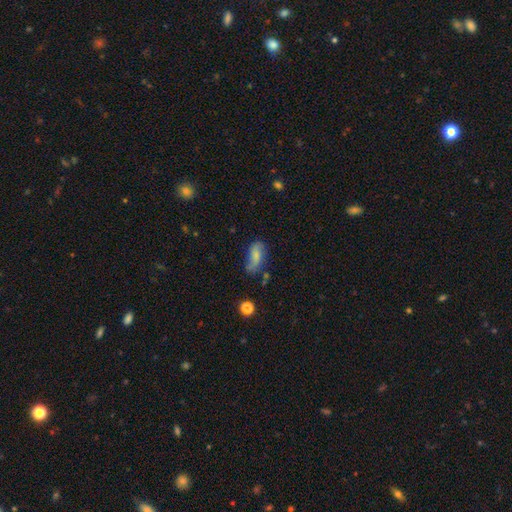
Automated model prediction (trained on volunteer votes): Smooth or featured? Predicted: smooth (p=0.63). How rounded? Predicted: in between (p=0.85). Merging? Predicted: none (p=0.57).